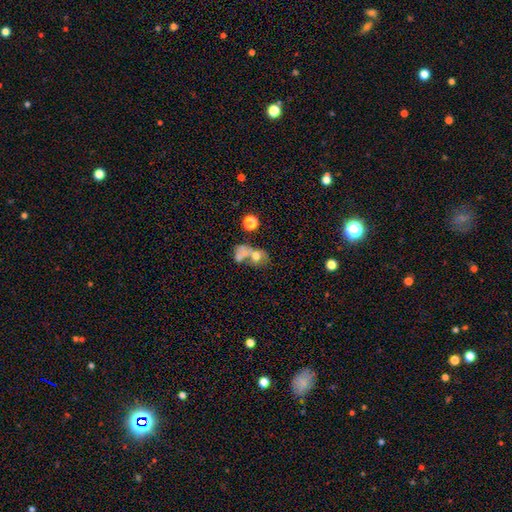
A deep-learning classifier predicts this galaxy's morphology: Overall: smooth (57%; featured or disk 28%). How rounded: in between (53%; round 45%). Merging: merger (57%; none 20%).